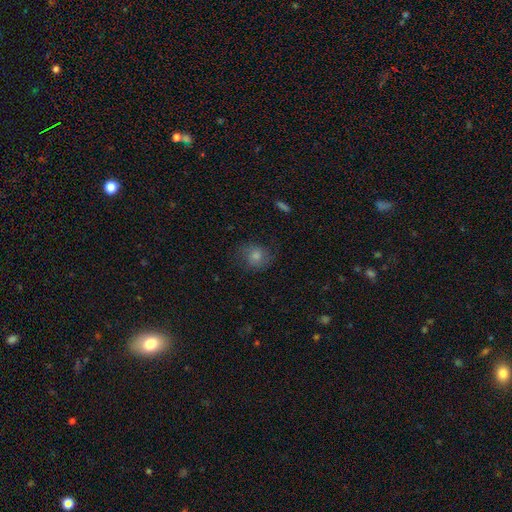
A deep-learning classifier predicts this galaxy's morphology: The model was most divided on "smooth or featured": smooth: 55%, featured or disk: 27%, star or artifact: 18%. More confident: how rounded — round (75%); merging — none (73%).